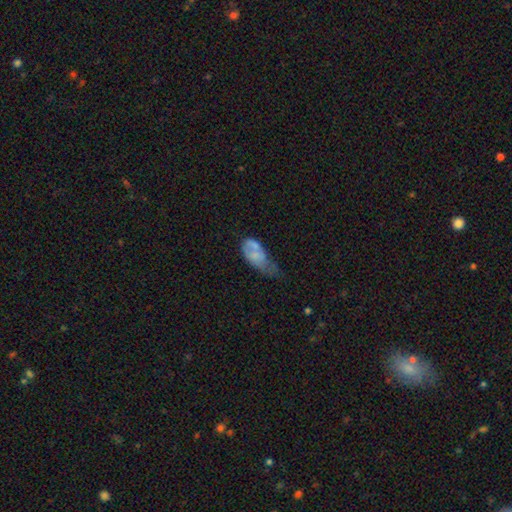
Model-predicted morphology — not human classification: smooth-or-featured: smooth: 61% | featured or disk: 31% | star or artifact: 9%
  how-rounded: in between: 89% | cigar-shaped: 7% | round: 4%
  merging: major disturbance: 38% | minor disturbance: 33% | none: 18% | merger: 11%